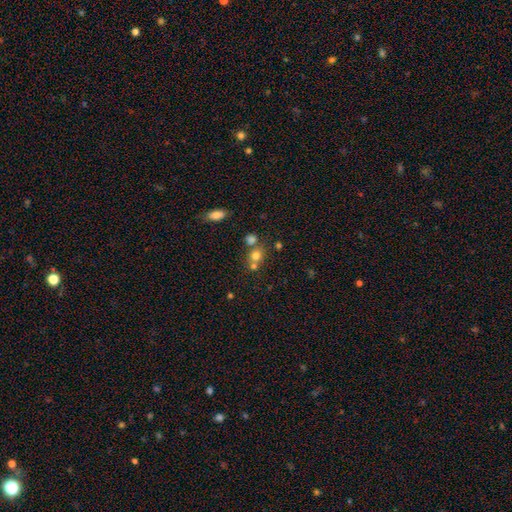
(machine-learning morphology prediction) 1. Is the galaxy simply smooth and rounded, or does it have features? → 72% smooth, 17% star or artifact, 12% featured or disk.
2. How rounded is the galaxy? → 76% round, 23% in between, 1% cigar-shaped.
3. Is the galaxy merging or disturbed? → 50% none, 36% merger, 9% minor disturbance, 4% major disturbance.